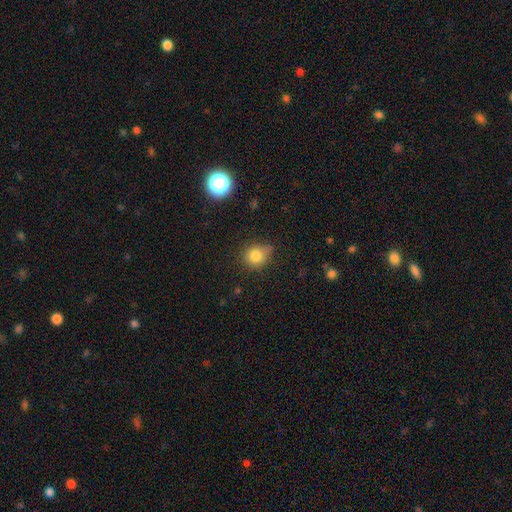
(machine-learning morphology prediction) type=smooth (81%); roundness=round (80%); merging=none (62%).